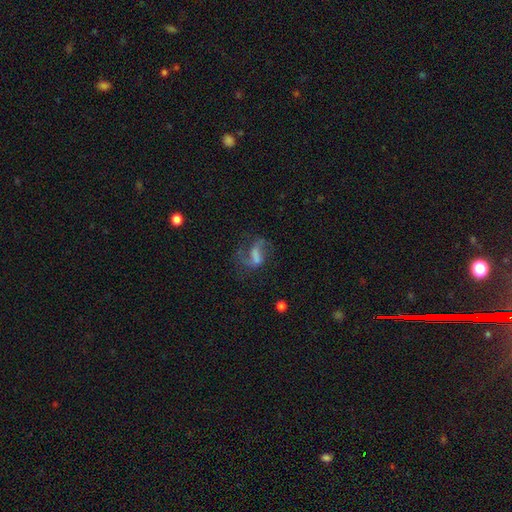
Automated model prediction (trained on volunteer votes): This is likely a featured or disk galaxy (65%). It is clearly not viewed edge-on (95%). Bar: marginally weak (39%). Spiral arm pattern: clearly yes (82%). Spiral arm count: likely 2 (74%). Spiral winding: possibly loose (59%). Central bulge: possibly none (48%). Merging: possibly none (49%).